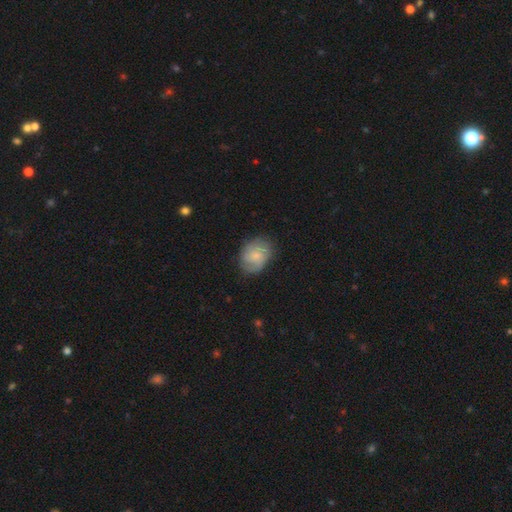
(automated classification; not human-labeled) Overall: smooth (57%; featured or disk 35%). How rounded: in between (62%; round 37%). Merging: none (71%).